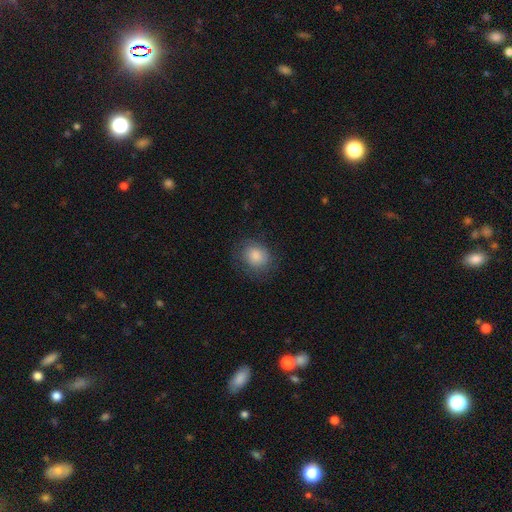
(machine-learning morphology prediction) Smooth or featured? Predicted: smooth (p=0.80). How rounded? Predicted: round (p=0.71). Merging? Predicted: none (p=0.78).